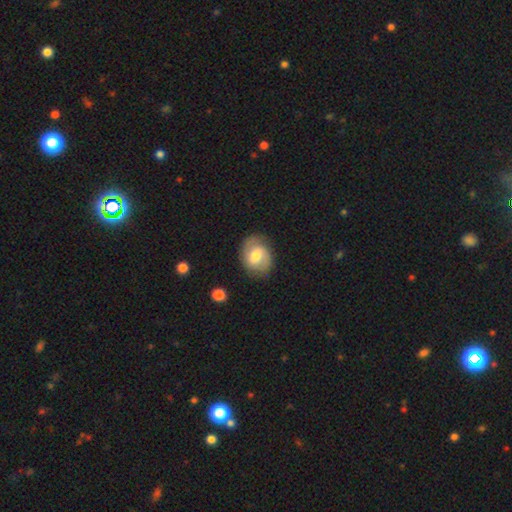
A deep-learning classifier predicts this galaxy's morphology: Overall: smooth (50%; featured or disk 42%). How rounded: round (51%; in between 48%). Merging: none (75%).